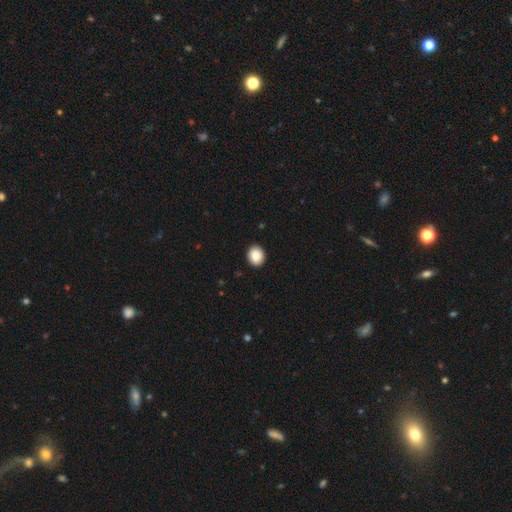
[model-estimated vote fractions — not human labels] smooth 89%, star or artifact 8%, featured or disk 3%. Down the decision tree: how rounded — round (69%); merging — none (91%).